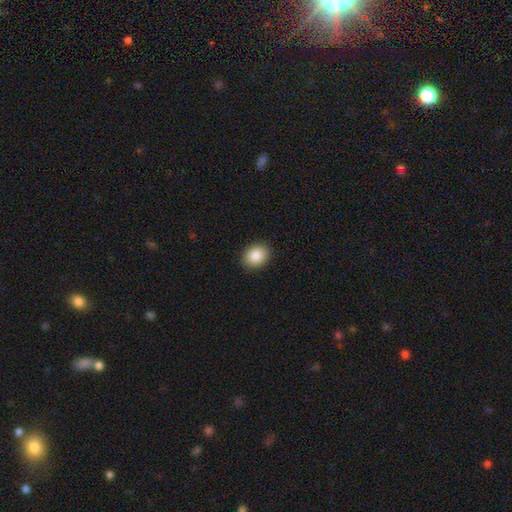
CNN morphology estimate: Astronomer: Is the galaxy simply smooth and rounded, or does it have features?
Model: smooth — 86%.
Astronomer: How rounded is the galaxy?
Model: in between — 57% (runner-up: round, 42%).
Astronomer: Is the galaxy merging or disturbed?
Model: none — 91%.